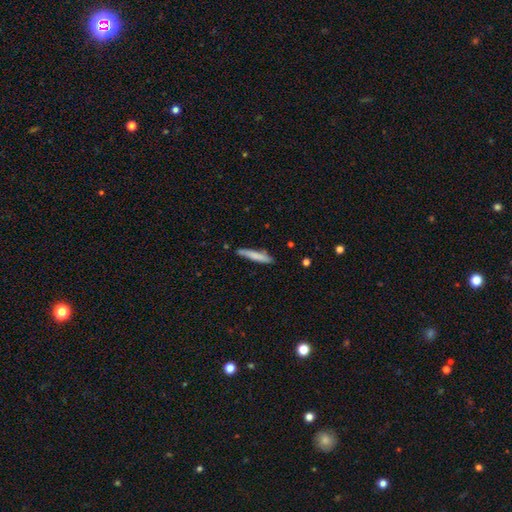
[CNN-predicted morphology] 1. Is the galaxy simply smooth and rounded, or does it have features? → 74% smooth, 20% featured or disk, 6% star or artifact.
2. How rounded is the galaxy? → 93% cigar-shaped, 6% in between, 1% round.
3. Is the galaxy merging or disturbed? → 81% none, 15% minor disturbance, 2% major disturbance, 2% merger.